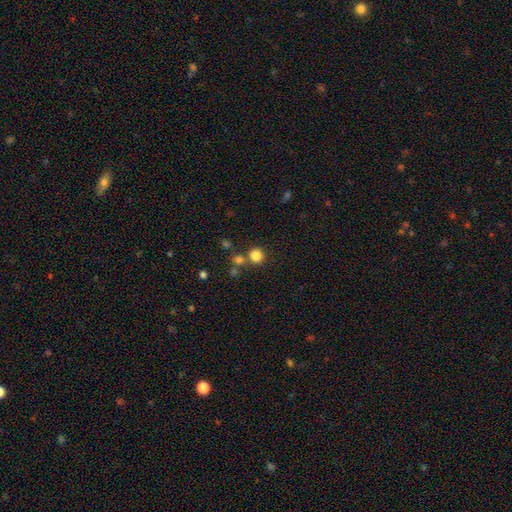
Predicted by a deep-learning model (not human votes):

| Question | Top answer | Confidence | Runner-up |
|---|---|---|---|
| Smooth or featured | smooth | 82% | star or artifact (13%) |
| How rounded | round | 91% | in between (8%) |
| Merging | none | 76% | merger (14%) |